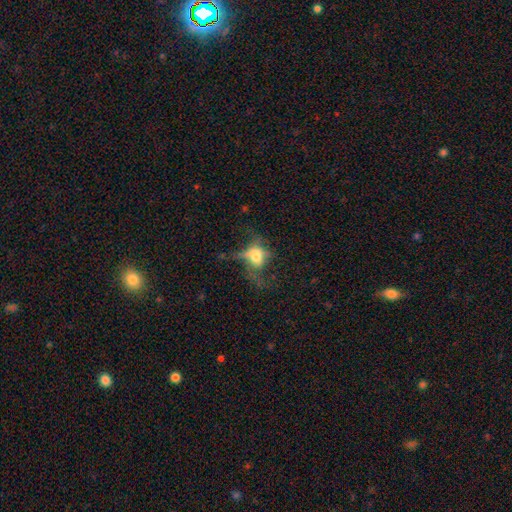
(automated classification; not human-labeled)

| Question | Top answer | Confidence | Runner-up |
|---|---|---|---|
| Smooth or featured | smooth | 44% | featured or disk (41%) |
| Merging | major disturbance | 49% | none (30%) |